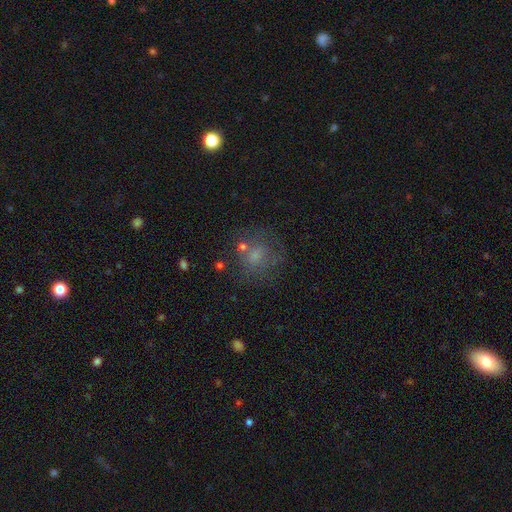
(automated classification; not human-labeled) Smooth or featured: smooth — 53% (featured or disk — 28%)
How rounded: round — 76% (in between — 22%)
Merging: none — 59% (minor disturbance — 18%)